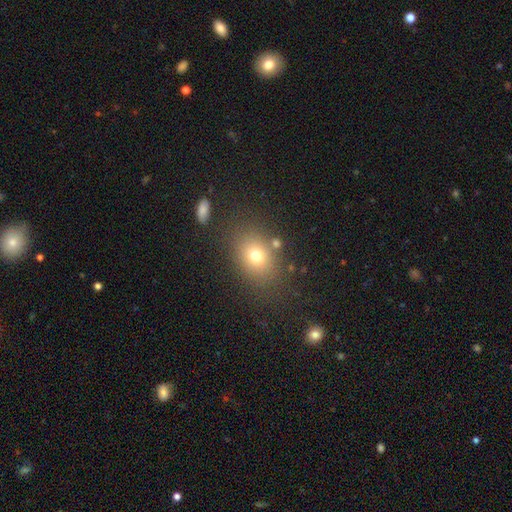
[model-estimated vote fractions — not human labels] smooth-or-featured: smooth: 72% | star or artifact: 14% | featured or disk: 13%
  how-rounded: in between: 62% | round: 37% | cigar-shaped: 1%
  merging: none: 78% | minor disturbance: 12% | major disturbance: 5% | merger: 5%